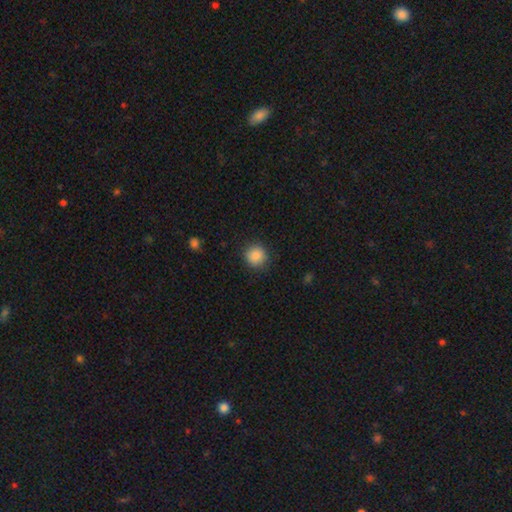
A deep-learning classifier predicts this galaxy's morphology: The model was most divided on "smooth or featured": smooth: 87%, star or artifact: 9%, featured or disk: 4%. More confident: how rounded — round (93%); merging — none (88%).